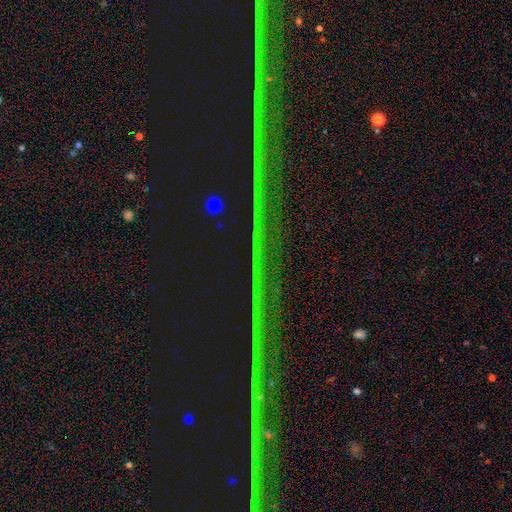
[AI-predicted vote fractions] The model was most divided on "smooth or featured": star or artifact: 88%, featured or disk: 7%, smooth: 5%.